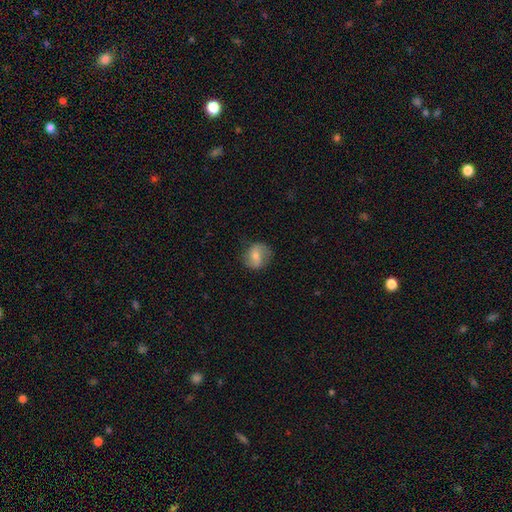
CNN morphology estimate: A featured or disk galaxy (48%).

Vote fractions:
- Smooth or featured? featured or disk: 48% / smooth: 43% / star or artifact: 9%
- Merging? none: 76% / minor disturbance: 17% / major disturbance: 6% / merger: 1%